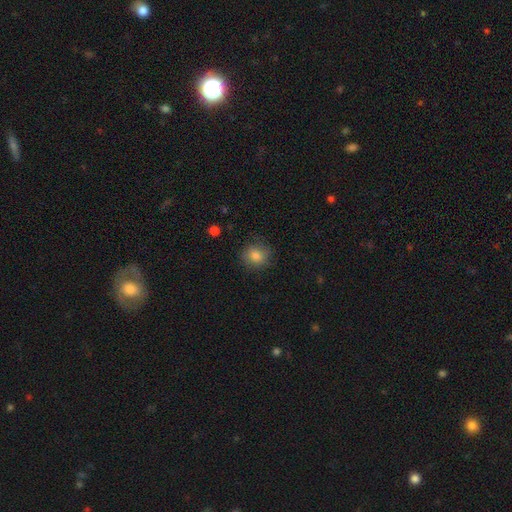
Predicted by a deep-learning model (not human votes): Smooth or featured? Predicted: smooth (p=0.83). How rounded? Predicted: round (p=0.81). Merging? Predicted: none (p=0.83).